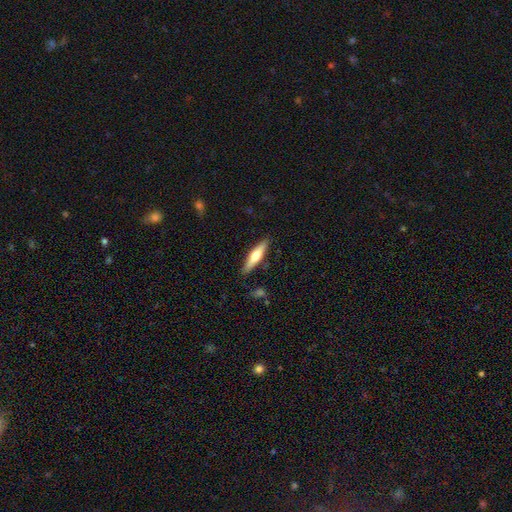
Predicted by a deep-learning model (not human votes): A smooth galaxy with no disk features (54%) that is cigar-shaped (76%). Merging: none (87%).